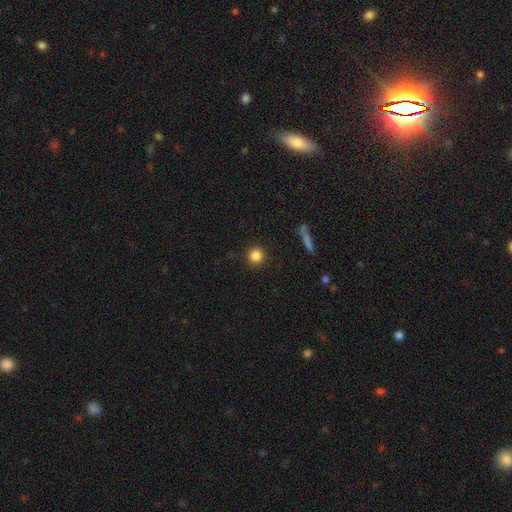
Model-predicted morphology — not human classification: Smooth or featured? Predicted: smooth (p=0.84). How rounded? Predicted: round (p=0.95). Merging? Predicted: none (p=0.92).